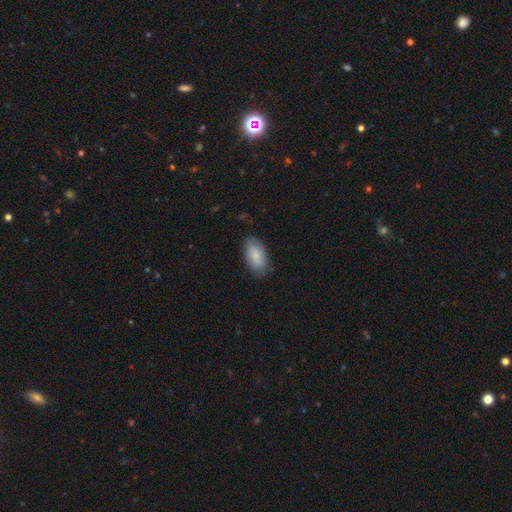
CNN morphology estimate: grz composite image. It shows a smooth galaxy with no disk features (81%) that is in between round and cigar-shaped (94%). Merging: none (79%).